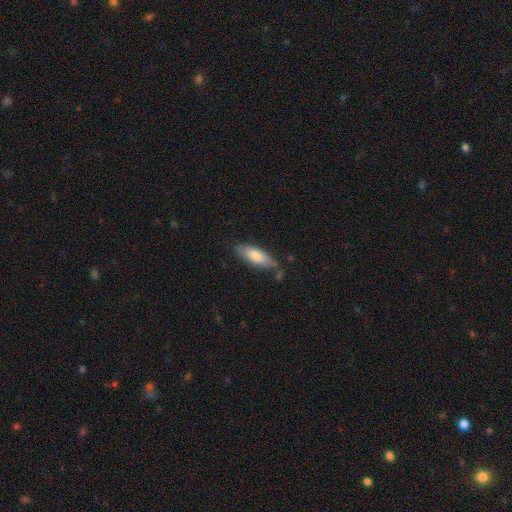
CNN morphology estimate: The model was most divided on "how rounded": in between: 64%, cigar-shaped: 34%, round: 2%. More confident: smooth or featured — smooth (74%); merging — none (69%).